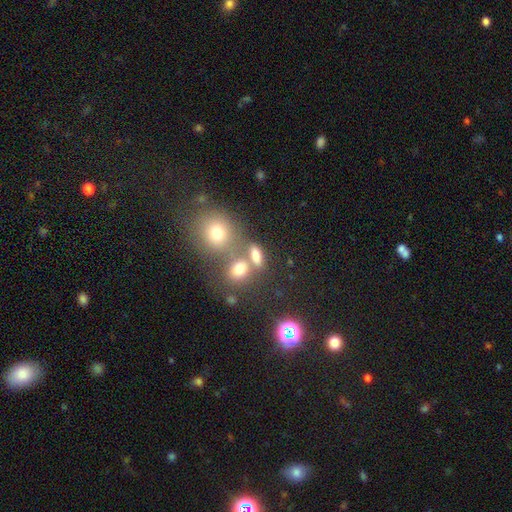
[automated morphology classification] Smooth or featured? Predicted: smooth (p=0.70). How rounded? Predicted: in between (p=0.65). Merging? Predicted: none (p=0.49).